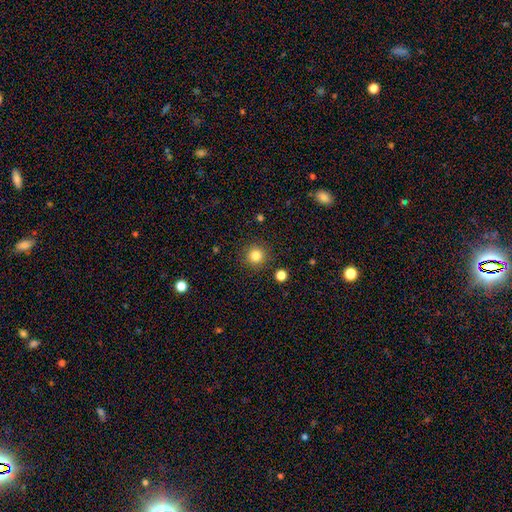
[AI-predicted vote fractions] Smooth or featured? Predicted: smooth (p=0.83). How rounded? Predicted: round (p=0.95). Merging? Predicted: none (p=0.90).